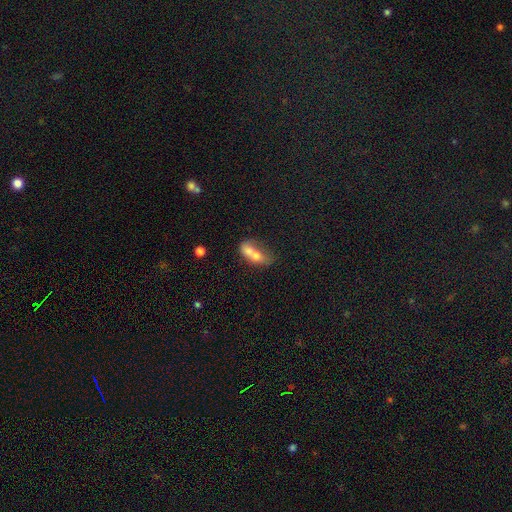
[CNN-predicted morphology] A smooth galaxy with no disk features (61%) that is in between round and cigar-shaped (67%).

Vote fractions:
- Smooth or featured? smooth: 61% / featured or disk: 28% / star or artifact: 11%
- How rounded? in between: 67% / round: 25% / cigar-shaped: 8%
- Merging? merger: 73% / none: 15% / minor disturbance: 7% / major disturbance: 5%